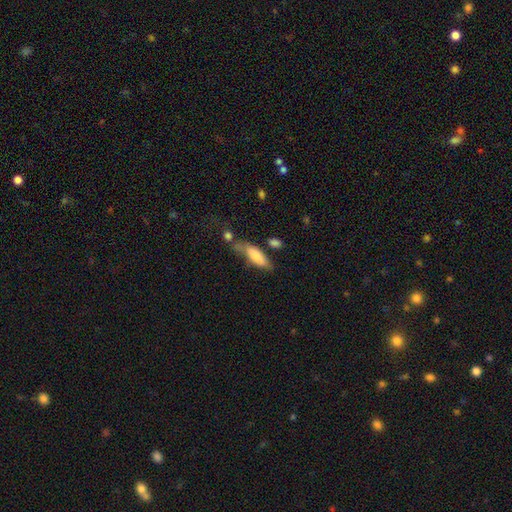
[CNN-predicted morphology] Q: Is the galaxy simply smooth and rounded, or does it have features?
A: smooth — 76%.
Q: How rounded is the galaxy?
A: in between — 64%.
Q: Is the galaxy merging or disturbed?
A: none — 46%.